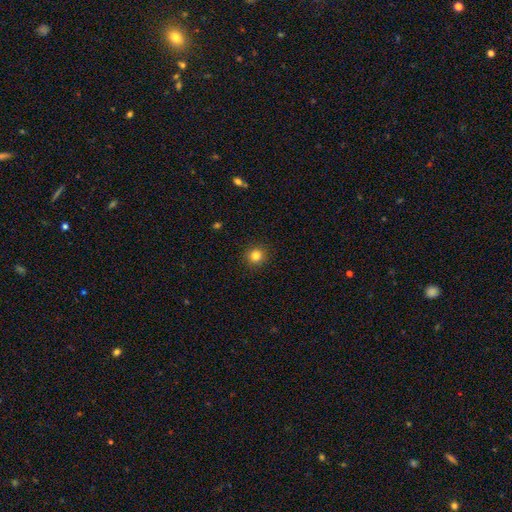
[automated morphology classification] smooth_or_featured: smooth (p=0.83) [alt: star or artifact p=0.12]
how_rounded: round (p=0.94) [alt: in between p=0.05]
merging: none (p=0.92) [alt: minor disturbance p=0.05]